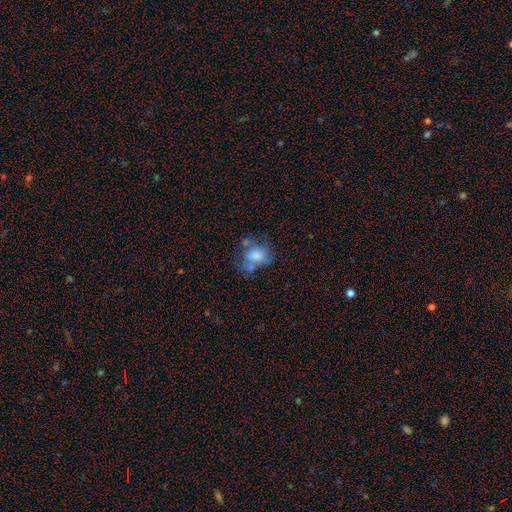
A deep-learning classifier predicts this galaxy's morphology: smooth-or-featured: smooth: 67% | featured or disk: 23% | star or artifact: 10%
  how-rounded: in between: 72% | round: 26% | cigar-shaped: 2%
  merging: none: 35% | merger: 25% | minor disturbance: 23% | major disturbance: 16%